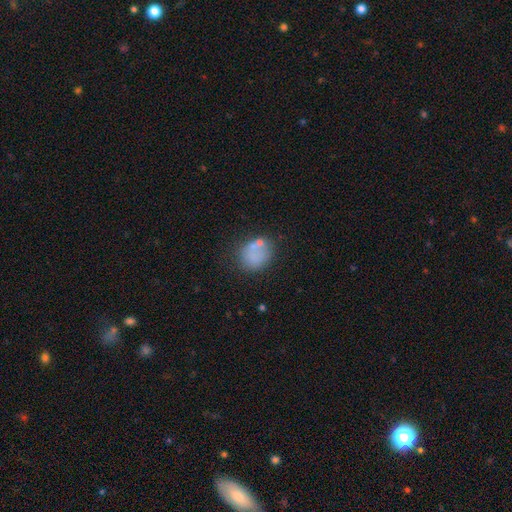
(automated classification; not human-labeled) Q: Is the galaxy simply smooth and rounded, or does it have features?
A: smooth — 69%.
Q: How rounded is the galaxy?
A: round — 72%.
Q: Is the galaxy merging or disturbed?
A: none — 57%.